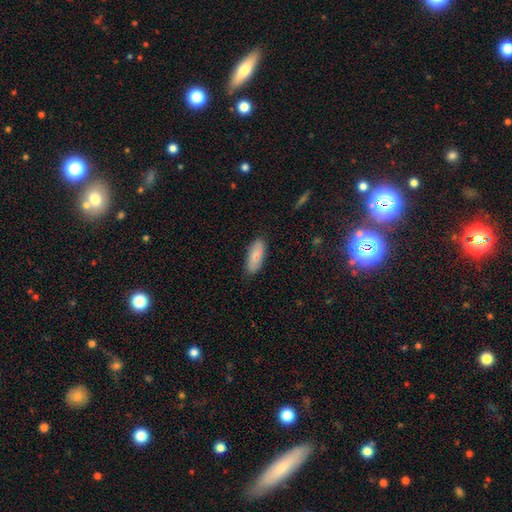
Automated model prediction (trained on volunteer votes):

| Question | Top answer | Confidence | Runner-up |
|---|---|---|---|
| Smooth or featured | smooth | 71% | featured or disk (23%) |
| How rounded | in between | 81% | cigar-shaped (17%) |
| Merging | none | 83% | minor disturbance (13%) |